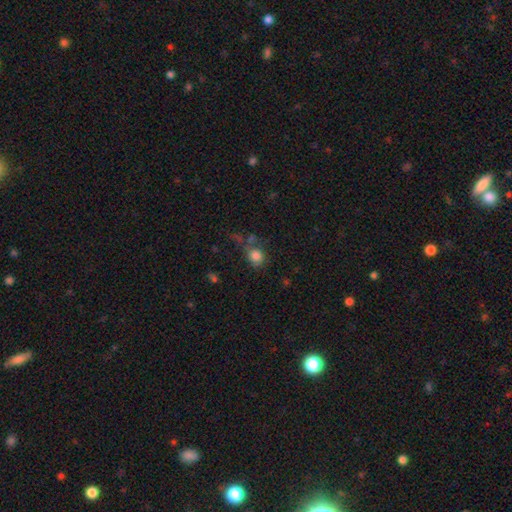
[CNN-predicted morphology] A smooth galaxy with no disk features (82%) that is round (71%). Merging: none (58%).